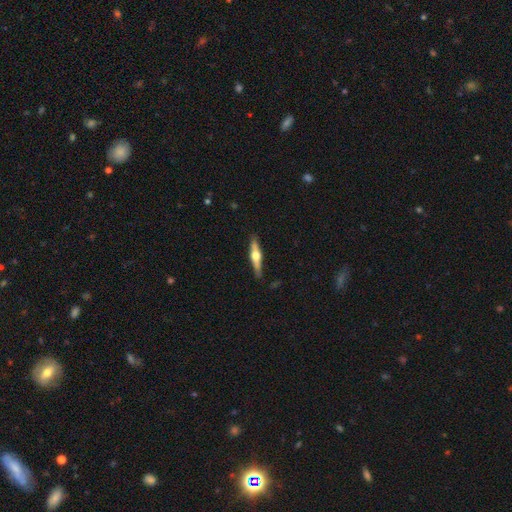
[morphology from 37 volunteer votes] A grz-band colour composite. It shows a featured or disk galaxy (76%) viewed edge-on (96%) with a rounded central bulge (100%). Merging: none (78%).